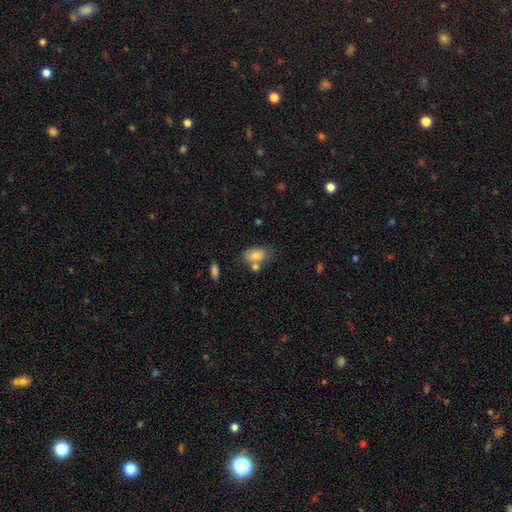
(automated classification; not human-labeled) smooth 80%, featured or disk 13%, star or artifact 8%. Down the decision tree: how rounded — in between (88%); merging — none (53%).